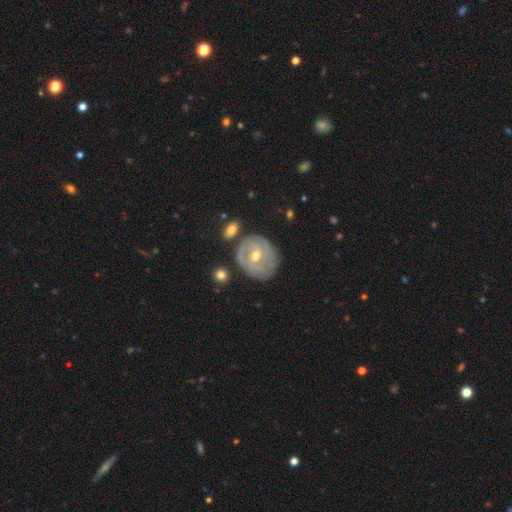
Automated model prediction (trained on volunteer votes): featured or disk 72%, smooth 21%, star or artifact 7%. Down the decision tree: edge-on disk — no (96%); bar — no (47%); spiral arms — yes (75%); spiral arm count — can't tell (43%); spiral winding — tight (69%); bulge size — moderate (53%); merging — none (69%).